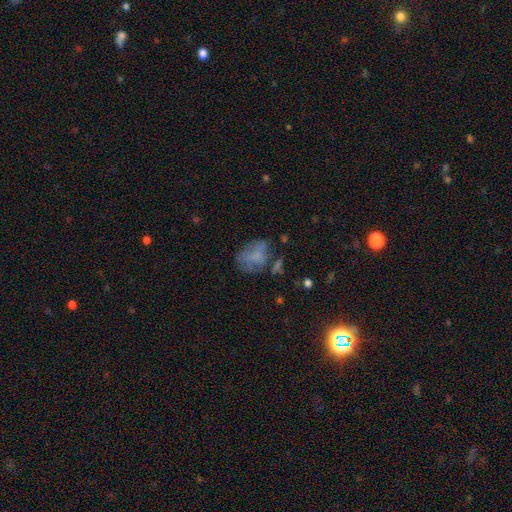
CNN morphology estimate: Smooth or featured?
  - smooth: 56% *
  - featured or disk: 30%
  - star or artifact: 14%
How rounded?
  - in between: 67% *
  - round: 32%
  - cigar-shaped: 2%
Merging?
  - none: 43% *
  - major disturbance: 25%
  - minor disturbance: 24%
  - merger: 8%